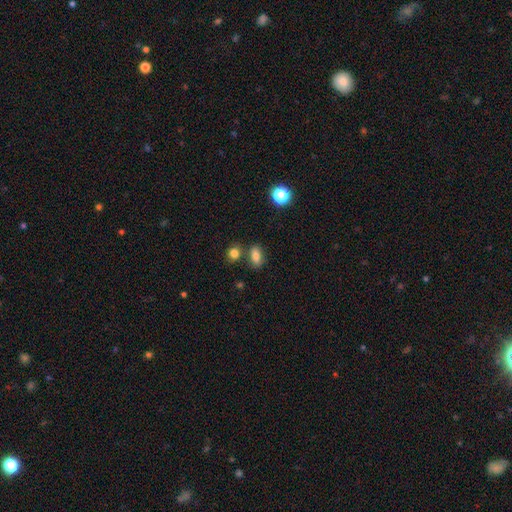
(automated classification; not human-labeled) This is likely a smooth galaxy (80%). How rounded: likely in between (76%). Merging: likely none (71%).